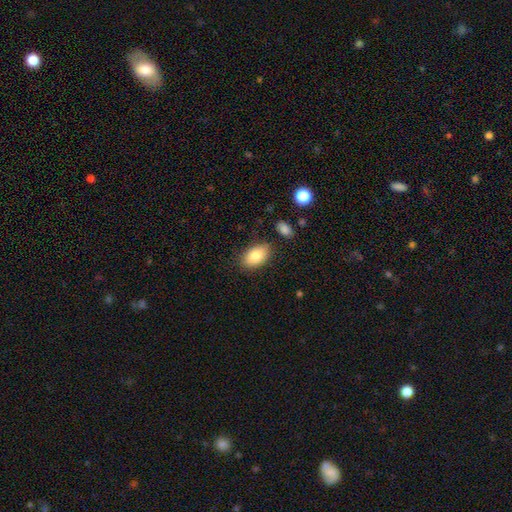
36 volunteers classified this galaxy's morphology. Q: Smooth or featured?
A: smooth (92%); runner-up: featured or disk (6%)
Q: How rounded?
A: in between (97%); runner-up: round (3%)
Q: Merging?
A: none (83%); runner-up: minor disturbance (14%)